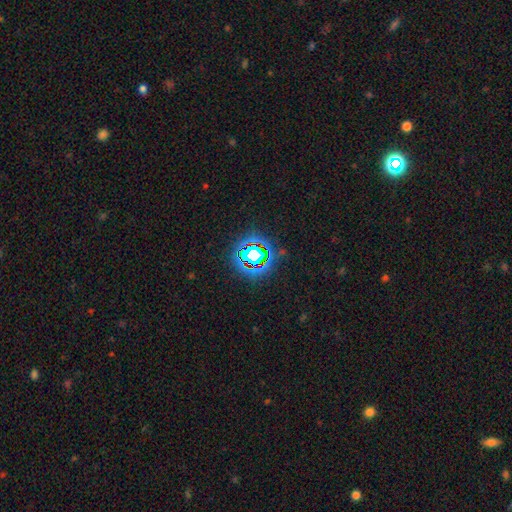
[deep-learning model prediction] smooth_or_featured: star or artifact (p=0.69) [alt: smooth p=0.19]